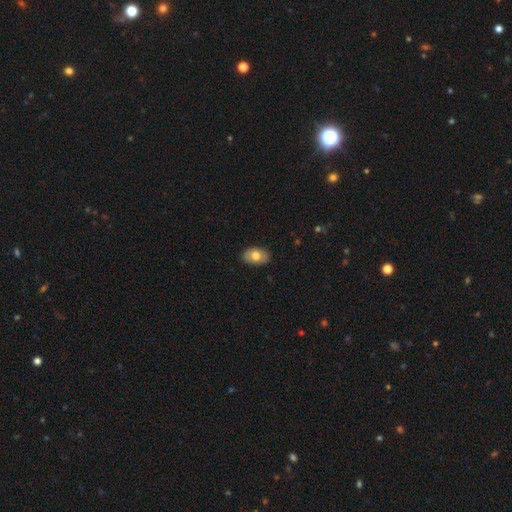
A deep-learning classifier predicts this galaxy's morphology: A smooth galaxy with no disk features (72%) that is in between round and cigar-shaped (89%). Merging: none (88%).